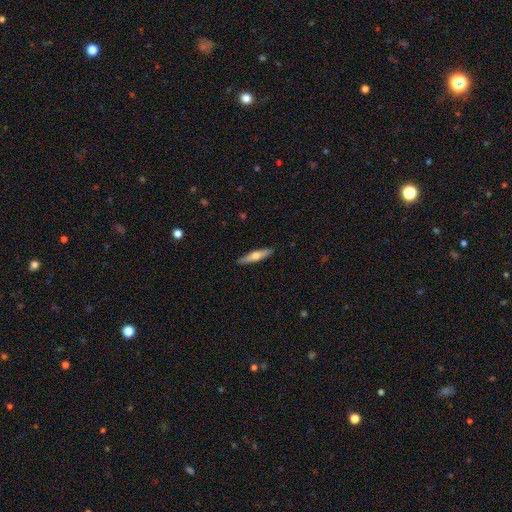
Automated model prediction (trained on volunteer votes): This is possibly a smooth galaxy (52%). How rounded: clearly cigar-shaped (82%). Merging: clearly none (91%).